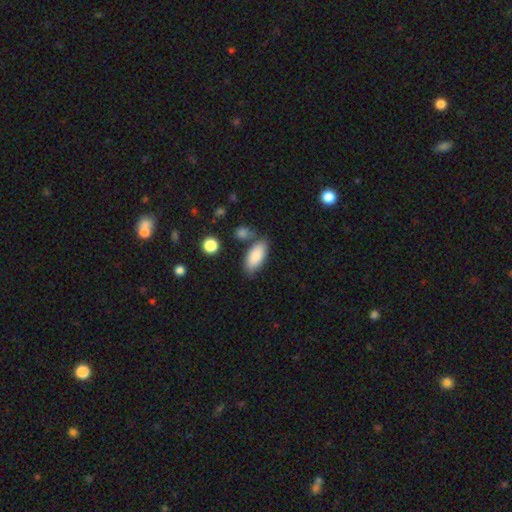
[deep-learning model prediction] Smooth or featured? smooth (87%)
How rounded? in between (88%)
Merging? none (71%)